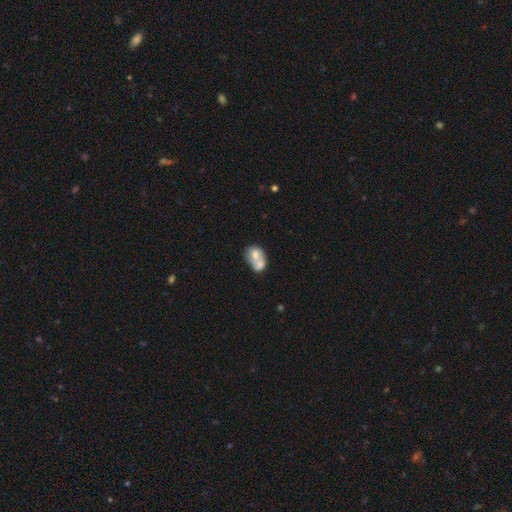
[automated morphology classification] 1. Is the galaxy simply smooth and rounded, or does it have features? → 64% smooth, 28% featured or disk, 8% star or artifact.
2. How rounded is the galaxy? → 60% in between, 39% round, 1% cigar-shaped.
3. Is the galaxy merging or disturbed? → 68% merger, 18% none, 8% minor disturbance, 5% major disturbance.